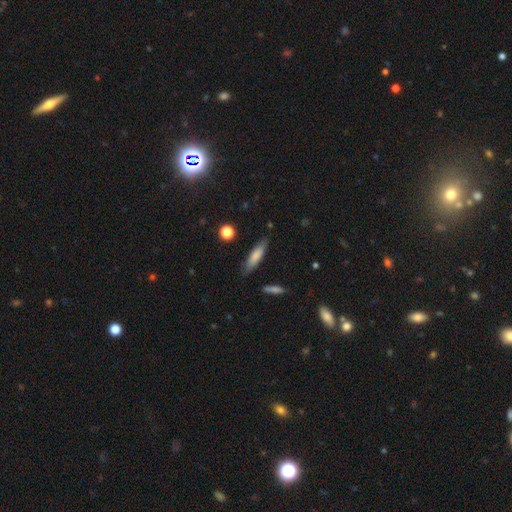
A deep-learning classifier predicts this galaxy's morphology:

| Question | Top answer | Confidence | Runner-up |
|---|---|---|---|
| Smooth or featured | smooth | 77% | featured or disk (17%) |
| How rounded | cigar-shaped | 69% | in between (29%) |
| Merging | none | 82% | minor disturbance (13%) |